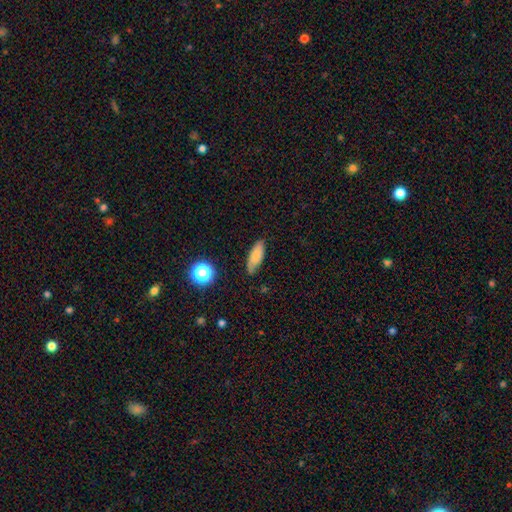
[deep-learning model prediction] smooth_or_featured: smooth (p=0.79) [alt: featured or disk p=0.12]
how_rounded: in between (p=0.68) [alt: cigar-shaped p=0.29]
merging: none (p=0.76) [alt: minor disturbance p=0.19]